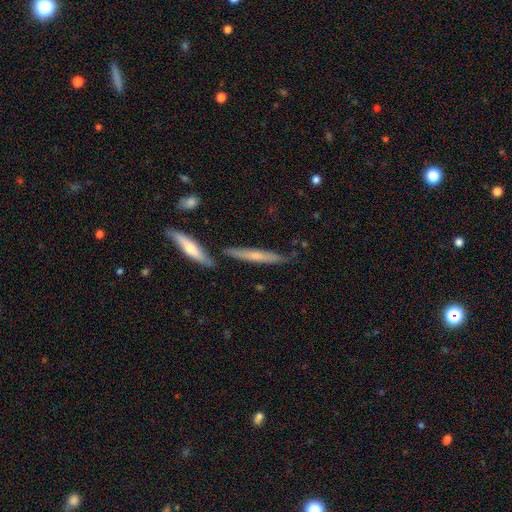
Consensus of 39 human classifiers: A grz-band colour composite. It shows a featured or disk galaxy (67%) viewed edge-on (85%) with a rounded central bulge (64%). Merging: none (74%).